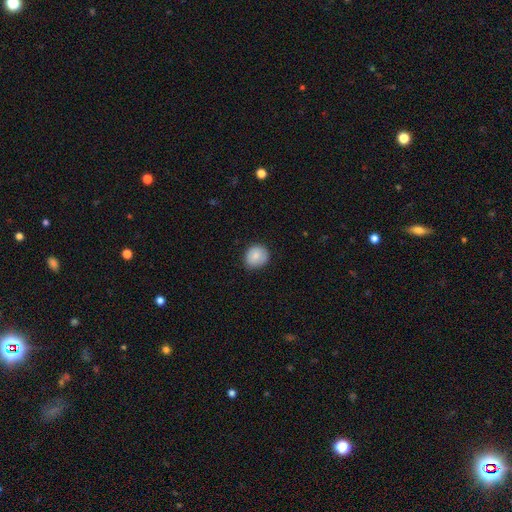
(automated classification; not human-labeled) smooth 83%, featured or disk 9%, star or artifact 8%. Down the decision tree: how rounded — round (77%); merging — none (81%).